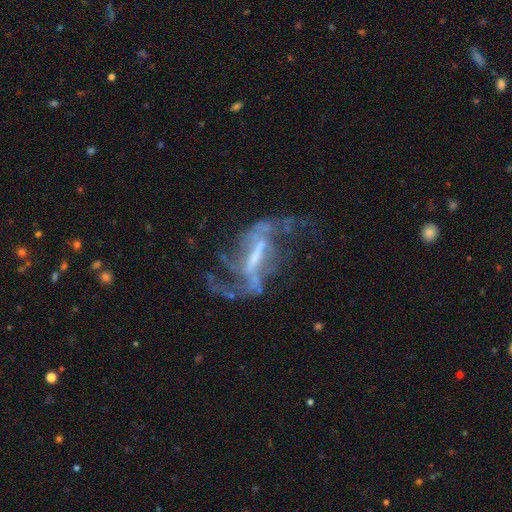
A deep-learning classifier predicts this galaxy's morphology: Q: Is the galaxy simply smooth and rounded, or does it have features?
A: featured or disk — 84%.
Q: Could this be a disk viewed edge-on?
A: no — 90%.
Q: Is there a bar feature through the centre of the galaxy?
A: strong — 63%.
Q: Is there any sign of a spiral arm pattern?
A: yes — 86%.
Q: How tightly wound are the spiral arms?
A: loose — 63%.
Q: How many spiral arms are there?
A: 2 — 65%.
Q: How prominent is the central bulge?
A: small — 40%.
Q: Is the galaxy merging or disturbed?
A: none — 42%.